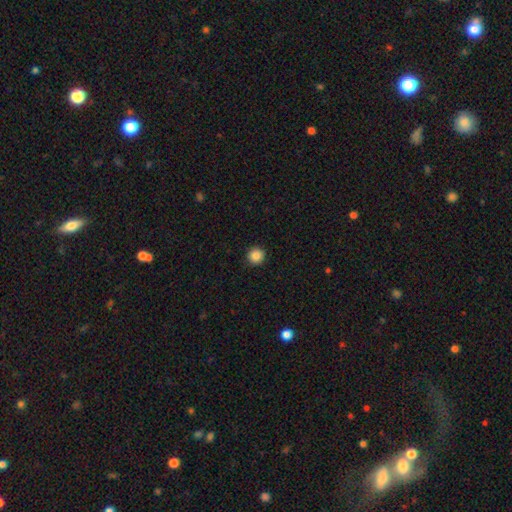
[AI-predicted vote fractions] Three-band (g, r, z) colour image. It shows a smooth galaxy with no disk features (86%) that is round (94%). Merging: none (91%).